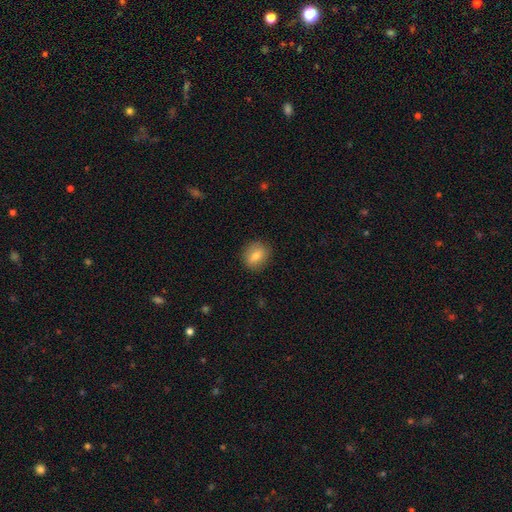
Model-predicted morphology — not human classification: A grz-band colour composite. It shows a smooth galaxy with no disk features (77%) that is round (64%). Merging: none (87%).